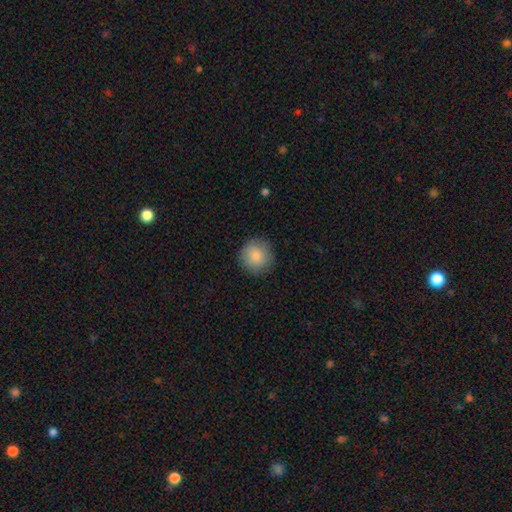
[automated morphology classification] A smooth galaxy with no disk features (86%) that is round (94%). Merging: none (88%).